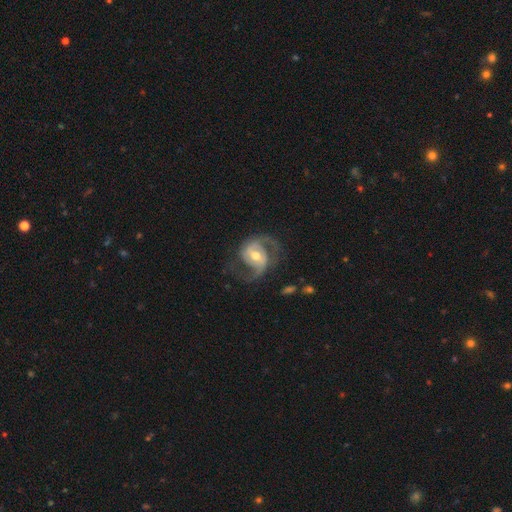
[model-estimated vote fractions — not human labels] Morphology: type=featured or disk (87%); edge-on=no (98%); bar=weak (42%); spiral arms=yes (95%); winding=medium (50%); arm count=2 (87%); bulge=moderate (73%); merging=none (64%).